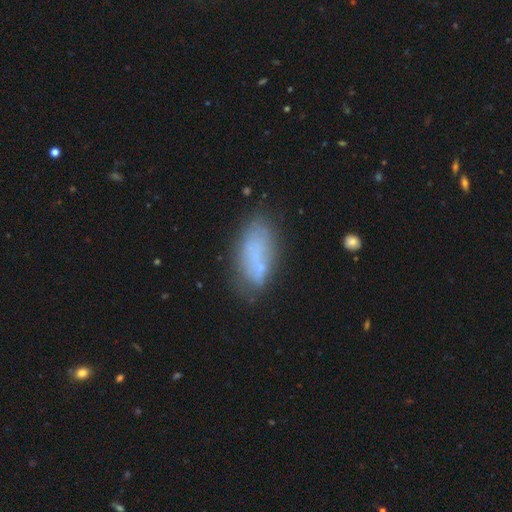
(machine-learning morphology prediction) The model was most divided on "smooth or featured": smooth: 60%, featured or disk: 29%, star or artifact: 10%. More confident: how rounded — in between (81%); merging — none (57%).